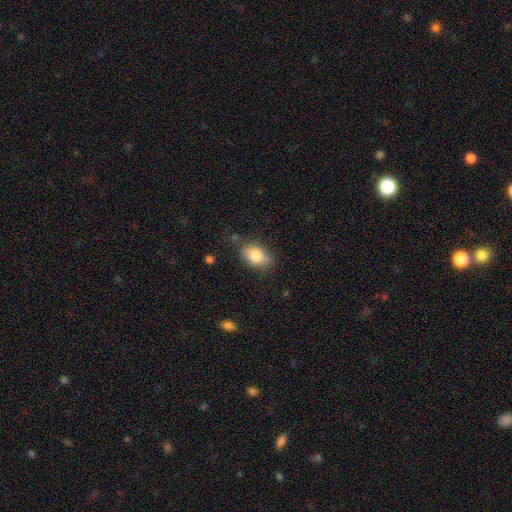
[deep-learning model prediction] A smooth galaxy with no disk features (84%) that is in between round and cigar-shaped (87%). Merging: none (76%).